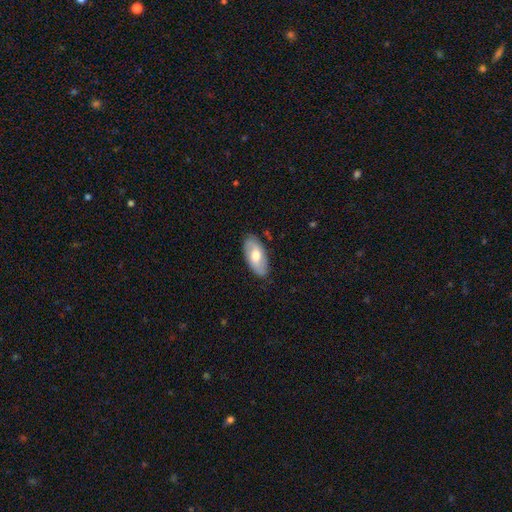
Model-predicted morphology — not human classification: This appears to be a smooth galaxy with no disk features (54%) that is in between round and cigar-shaped (92%). Merging: none (83%).